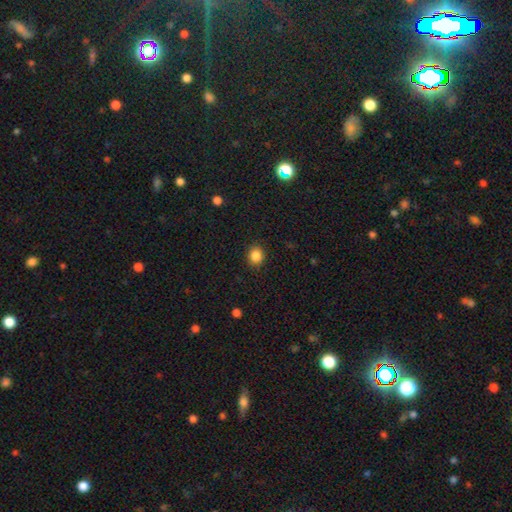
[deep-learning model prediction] Smooth or featured: smooth — 86% (star or artifact — 10%)
How rounded: round — 79% (in between — 20%)
Merging: none — 90% (minor disturbance — 7%)